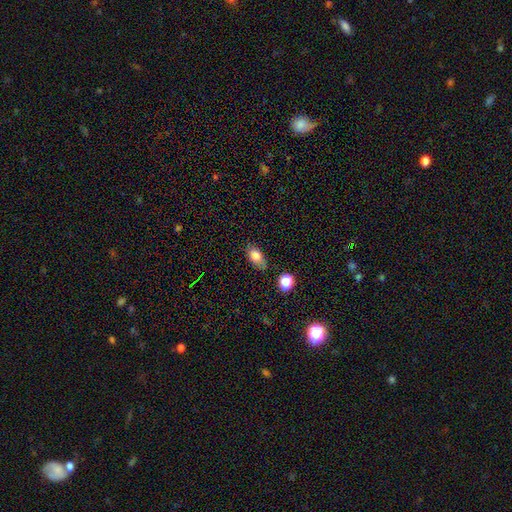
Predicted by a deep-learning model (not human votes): The model was most divided on "merging": none: 70%, minor disturbance: 22%, major disturbance: 4%, merger: 4%. More confident: how rounded — in between (83%); smooth or featured — smooth (80%).